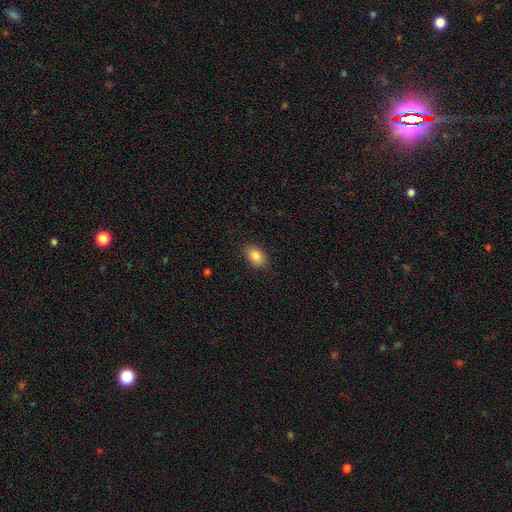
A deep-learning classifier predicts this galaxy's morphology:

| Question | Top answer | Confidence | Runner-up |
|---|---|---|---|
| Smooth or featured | smooth | 87% | star or artifact (8%) |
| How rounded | in between | 88% | round (11%) |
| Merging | none | 87% | minor disturbance (9%) |